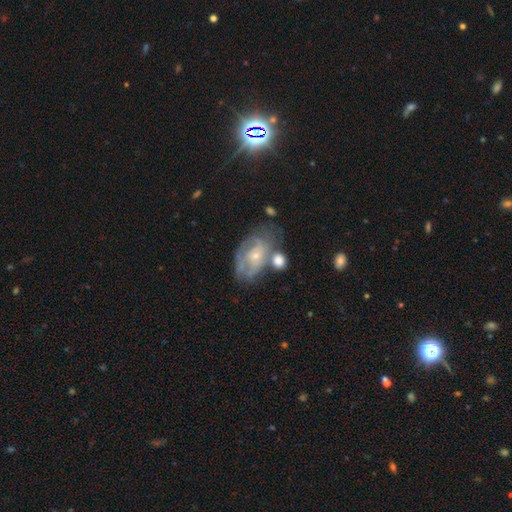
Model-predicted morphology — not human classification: featured or disk 64%, smooth 28%, star or artifact 7%. Down the decision tree: edge-on disk — no (96%); bar — no (78%); spiral arms — yes (63%); bulge size — small (70%); merging — none (40%).